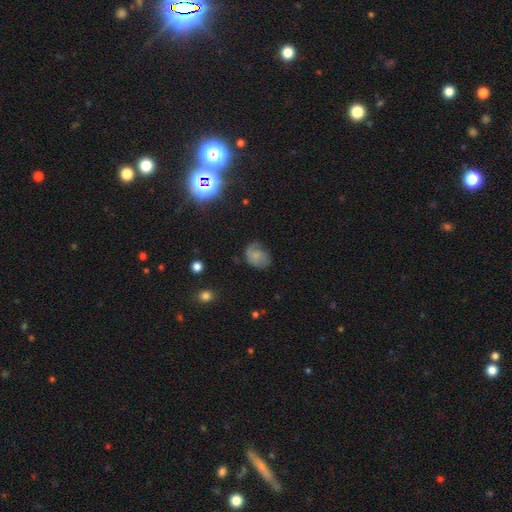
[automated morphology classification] Smooth or featured? Predicted: smooth (p=0.54). How rounded? Predicted: in between (p=0.62). Merging? Predicted: none (p=0.49).